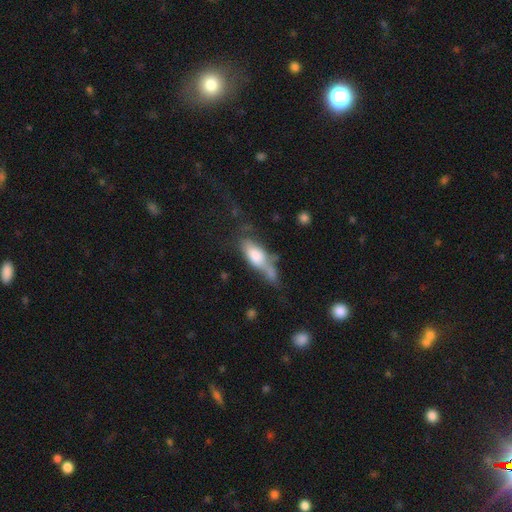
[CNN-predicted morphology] The model was most divided on "merging": none: 28%, minor disturbance: 25%, merger: 24%, major disturbance: 24%. More confident: how rounded — in between (66%); smooth or featured — smooth (63%).